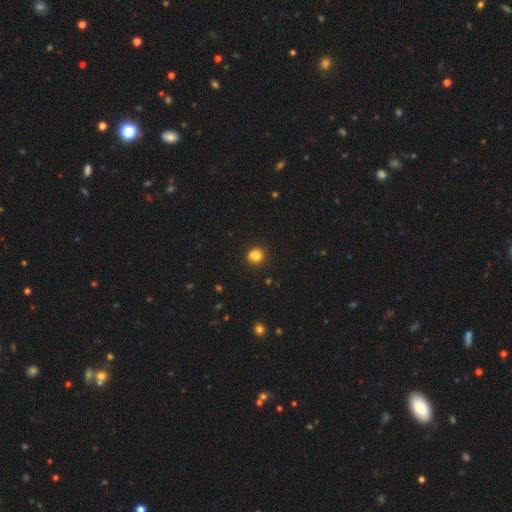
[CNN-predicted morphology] Smooth or featured? smooth (76%)
How rounded? round (80%)
Merging? none (51%)